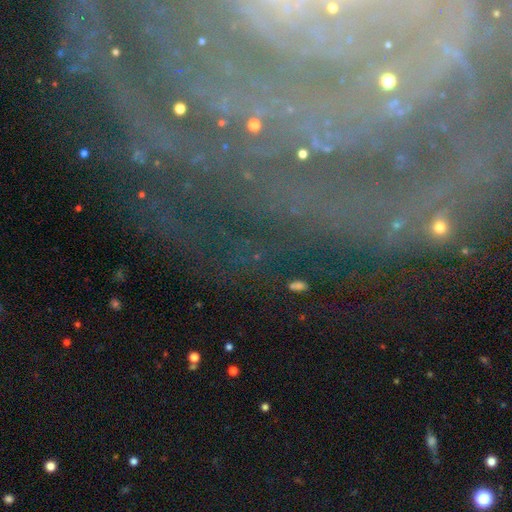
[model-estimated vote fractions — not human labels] Smooth or featured? featured or disk (69%)
Edge-on disk? no (91%)
Bar? no (38%)
Spiral arms? yes (86%)
Spiral winding? tight (76%)
Spiral arm count? can't tell (27%)
Bulge size? small (57%)
Merging? none (77%)